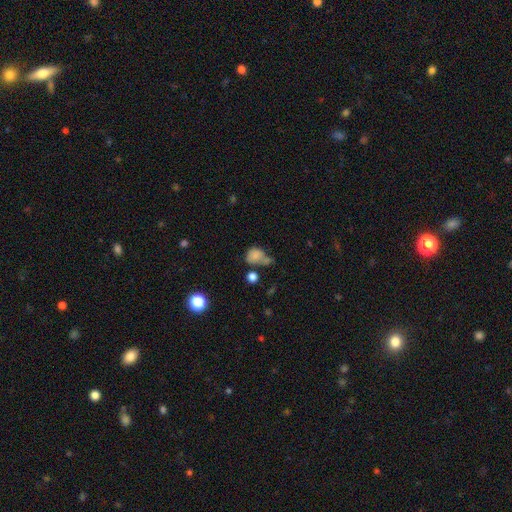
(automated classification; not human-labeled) Q: Smooth or featured?
A: smooth (75%); runner-up: star or artifact (13%)
Q: How rounded?
A: round (55%); runner-up: in between (44%)
Q: Merging?
A: none (32%); runner-up: merger (28%)